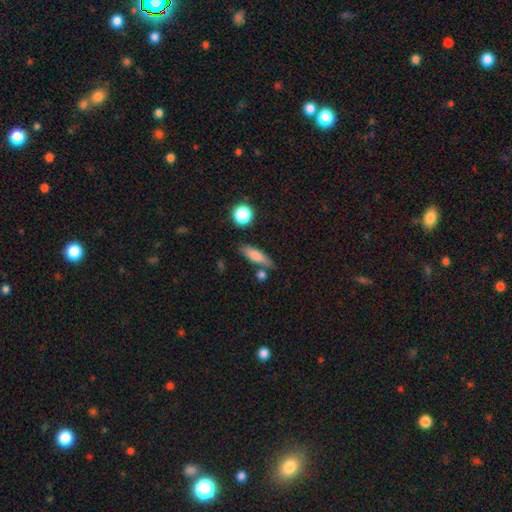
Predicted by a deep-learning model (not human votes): Smooth or featured? smooth (75%)
How rounded? cigar-shaped (56%)
Merging? none (69%)